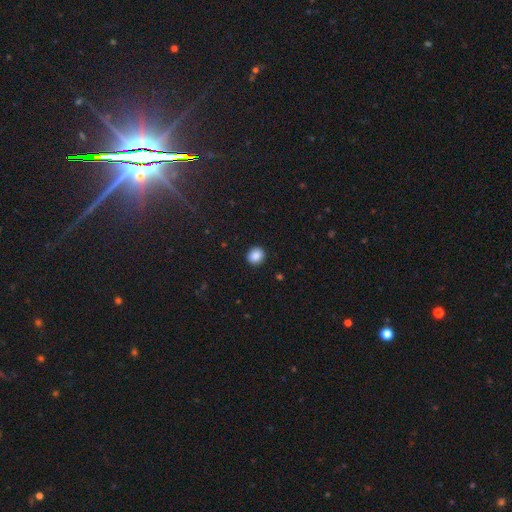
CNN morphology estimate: smooth_or_featured: smooth (p=0.88) [alt: star or artifact p=0.09]
how_rounded: round (p=0.78) [alt: in between p=0.21]
merging: none (p=0.92) [alt: minor disturbance p=0.05]